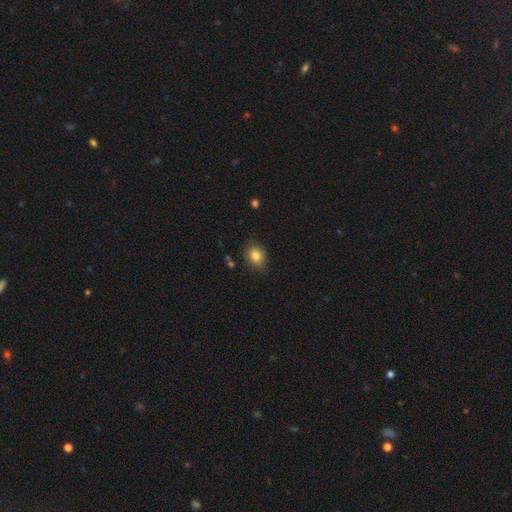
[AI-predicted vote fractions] Smooth or featured: smooth — 83% (star or artifact — 9%)
How rounded: in between — 59% (round — 39%)
Merging: none — 78% (minor disturbance — 17%)